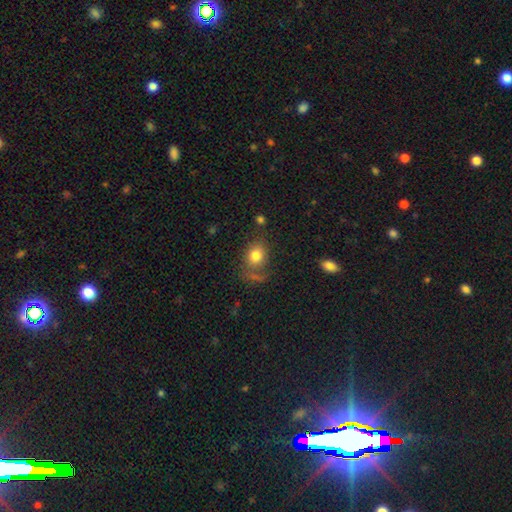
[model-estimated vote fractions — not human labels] Smooth or featured? Predicted: smooth (p=0.79). How rounded? Predicted: in between (p=0.51). Merging? Predicted: none (p=0.60).